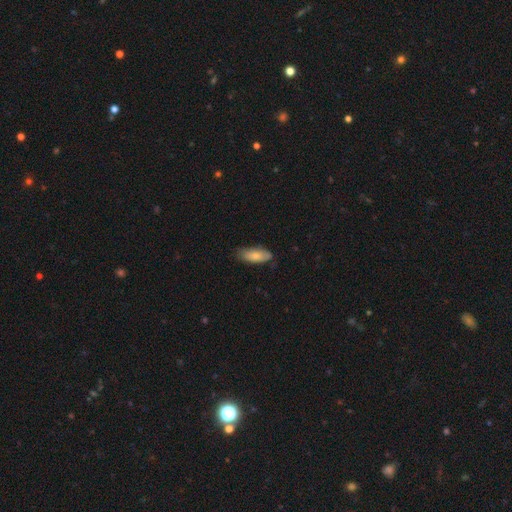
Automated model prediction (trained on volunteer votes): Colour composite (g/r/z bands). It shows a smooth galaxy with no disk features (79%) that is in between round and cigar-shaped (76%). Merging: none (71%).